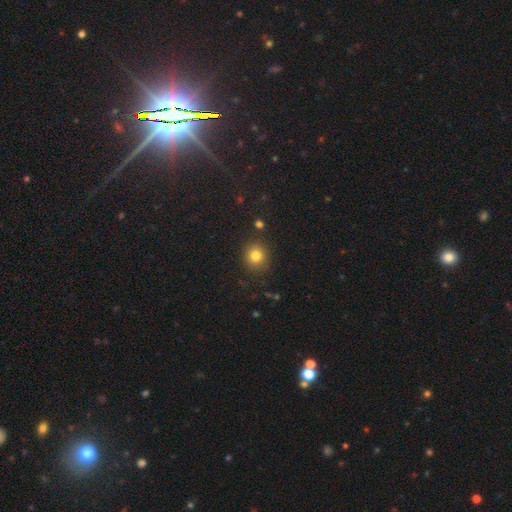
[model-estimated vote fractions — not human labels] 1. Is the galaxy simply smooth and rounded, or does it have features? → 82% smooth, 12% star or artifact, 6% featured or disk.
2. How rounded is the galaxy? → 86% round, 13% in between, 1% cigar-shaped.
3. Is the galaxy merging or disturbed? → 87% none, 8% minor disturbance, 3% major disturbance, 2% merger.